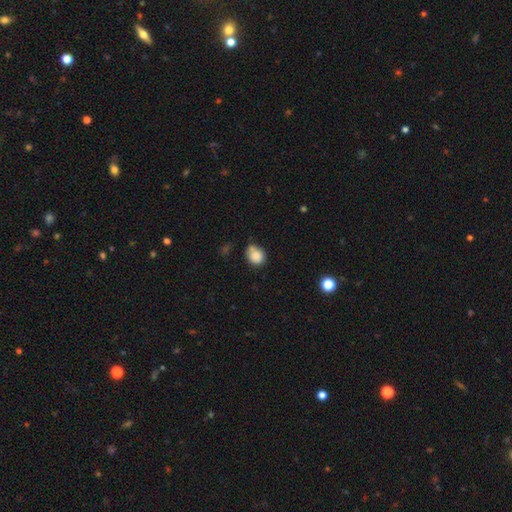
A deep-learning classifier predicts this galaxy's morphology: This appears to be a smooth galaxy with no disk features (83%) that is round (67%). Merging: none (51%).